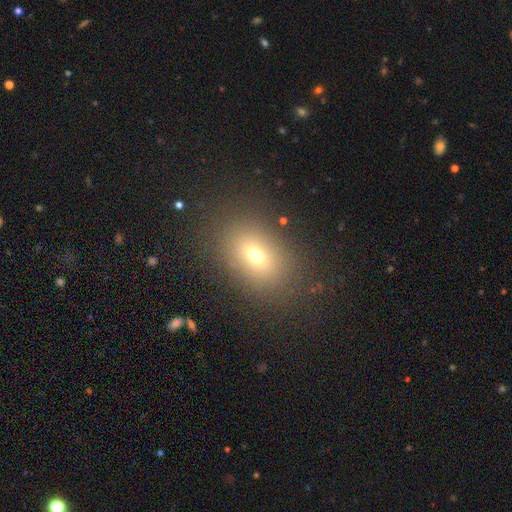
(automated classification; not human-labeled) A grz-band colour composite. It shows a smooth galaxy with no disk features (68%) that is in between round and cigar-shaped (70%). Merging: none (83%).